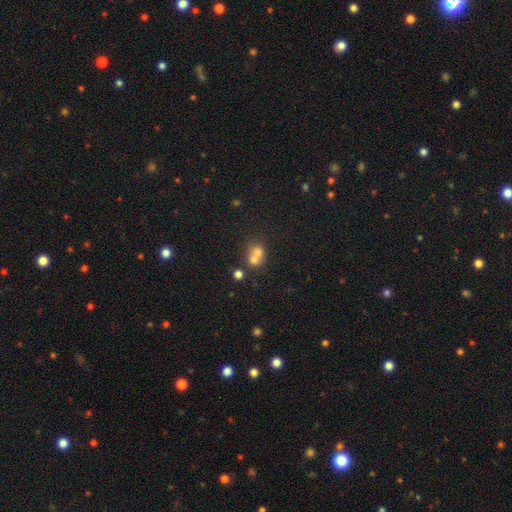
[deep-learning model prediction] Smooth or featured: smooth — 66% (featured or disk — 20%)
How rounded: round — 71% (in between — 28%)
Merging: merger — 64% (none — 27%)